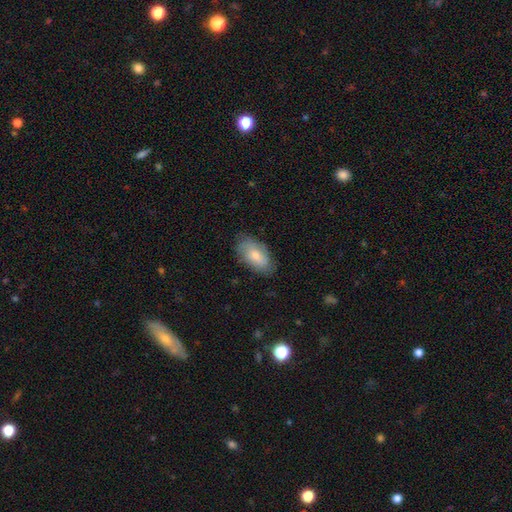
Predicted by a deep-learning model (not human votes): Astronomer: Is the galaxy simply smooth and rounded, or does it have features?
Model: smooth — 71%.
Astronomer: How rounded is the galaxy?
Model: in between — 93%.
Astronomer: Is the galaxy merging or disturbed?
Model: none — 74%.